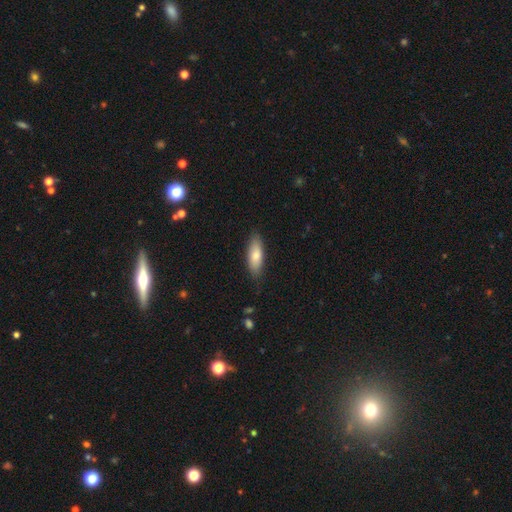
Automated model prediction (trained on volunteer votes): Overall: smooth (79%). How rounded: in between (63%; cigar-shaped 35%). Merging: none (82%).